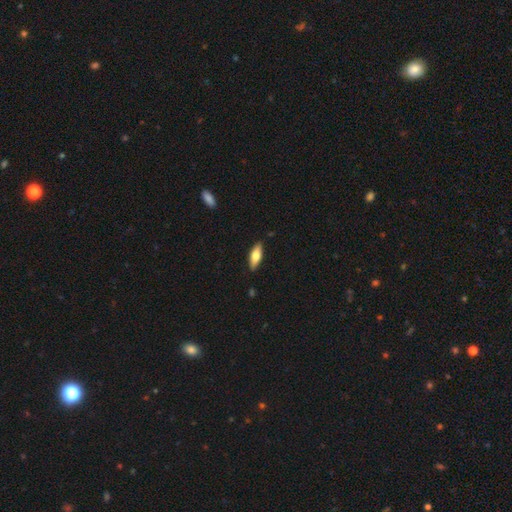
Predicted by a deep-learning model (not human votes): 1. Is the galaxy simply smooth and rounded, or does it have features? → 69% smooth, 25% featured or disk, 6% star or artifact.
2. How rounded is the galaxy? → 68% in between, 30% cigar-shaped, 2% round.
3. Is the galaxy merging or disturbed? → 87% none, 10% minor disturbance, 2% major disturbance, 1% merger.